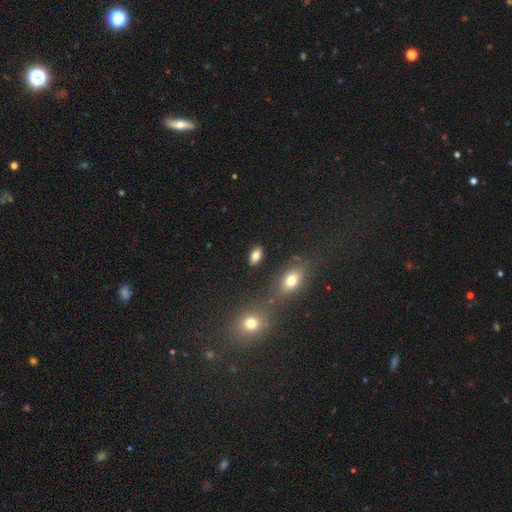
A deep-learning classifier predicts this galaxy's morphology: smooth-or-featured: smooth: 82% | star or artifact: 10% | featured or disk: 8%
  how-rounded: in between: 88% | round: 9% | cigar-shaped: 3%
  merging: none: 84% | minor disturbance: 9% | merger: 4% | major disturbance: 3%